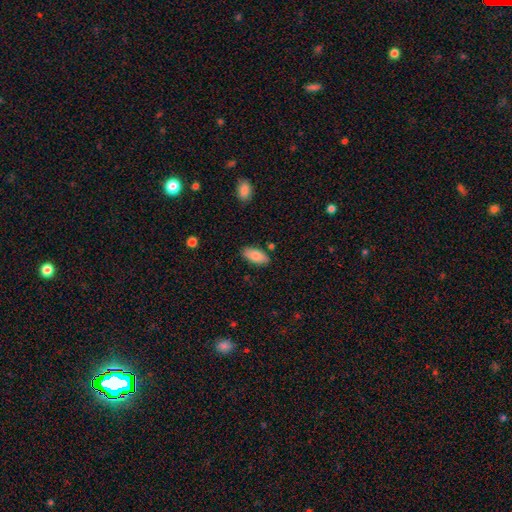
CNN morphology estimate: Q: Smooth or featured?
A: smooth (83%); runner-up: featured or disk (10%)
Q: How rounded?
A: in between (90%); runner-up: cigar-shaped (8%)
Q: Merging?
A: none (84%); runner-up: minor disturbance (11%)